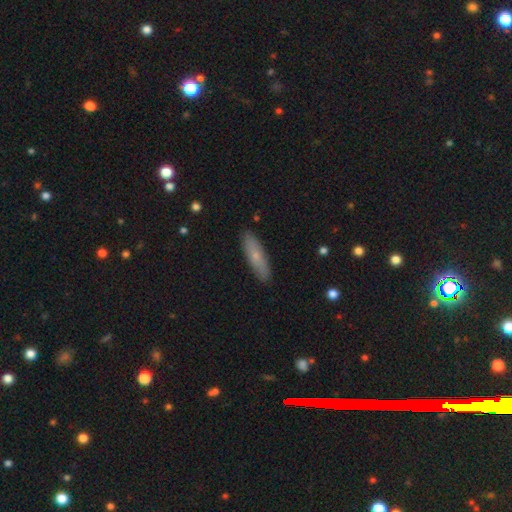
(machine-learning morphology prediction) A smooth galaxy with no disk features (67%) that is cigar-shaped (64%). Merging: none (88%).